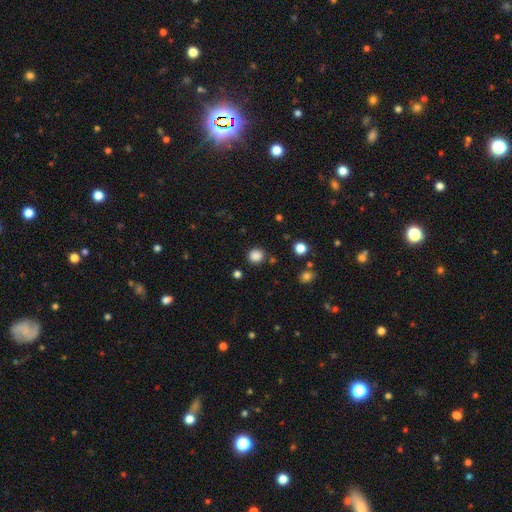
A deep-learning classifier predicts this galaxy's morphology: This is clearly a smooth galaxy (84%). How rounded: clearly round (88%). Merging: clearly none (86%).